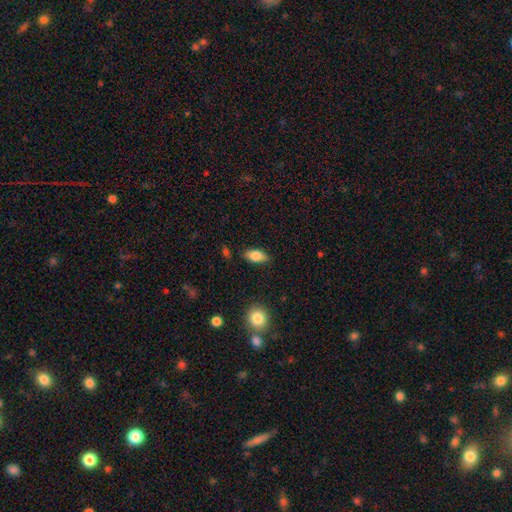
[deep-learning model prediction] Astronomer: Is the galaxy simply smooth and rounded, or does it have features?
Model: smooth — 82%.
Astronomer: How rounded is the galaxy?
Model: in between — 88%.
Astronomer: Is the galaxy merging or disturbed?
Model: none — 83%.